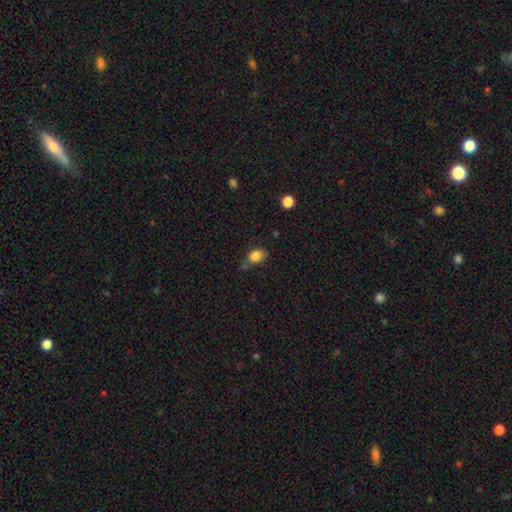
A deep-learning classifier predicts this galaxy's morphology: A smooth galaxy with no disk features (83%) that is in between round and cigar-shaped (81%). Merging: none (59%).